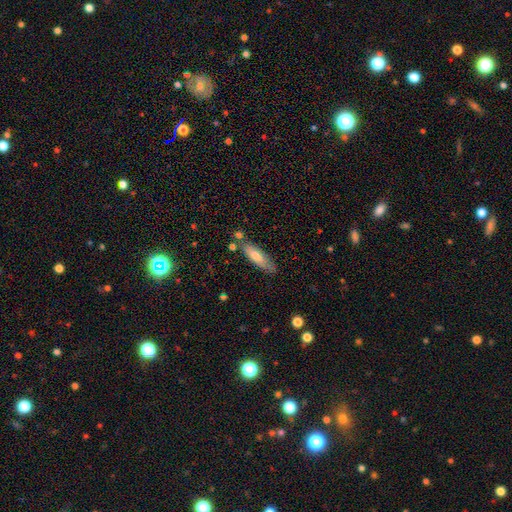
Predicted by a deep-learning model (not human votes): A smooth galaxy with no disk features (68%) that is cigar-shaped (57%). Merging: none (74%).